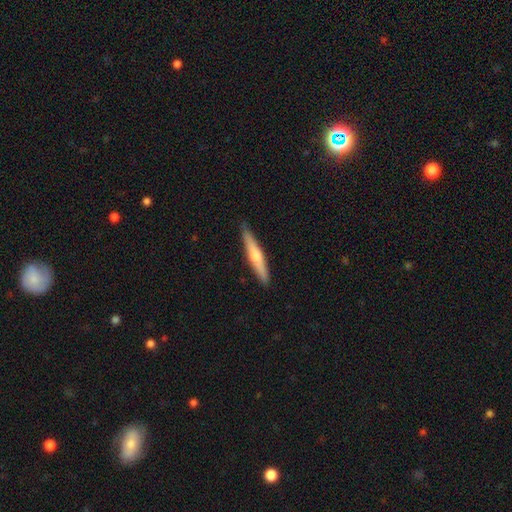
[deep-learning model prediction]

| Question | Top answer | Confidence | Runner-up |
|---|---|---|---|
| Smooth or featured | smooth | 48% | featured or disk (46%) |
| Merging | none | 89% | minor disturbance (8%) |